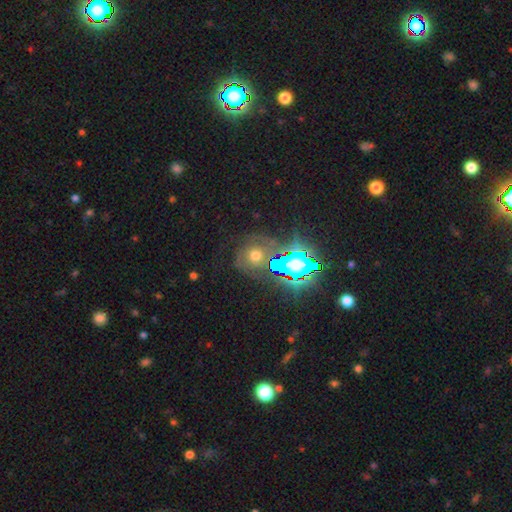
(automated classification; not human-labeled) This appears to be a star or artifact, not a galaxy (37%).